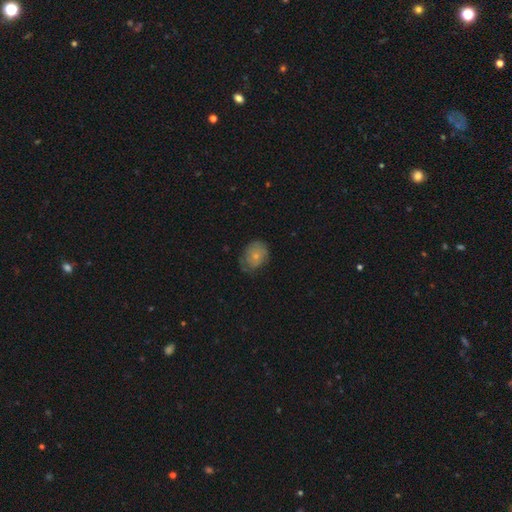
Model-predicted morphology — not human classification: This is likely a smooth galaxy (68%). How rounded: possibly in between (52%). Merging: likely none (61%).